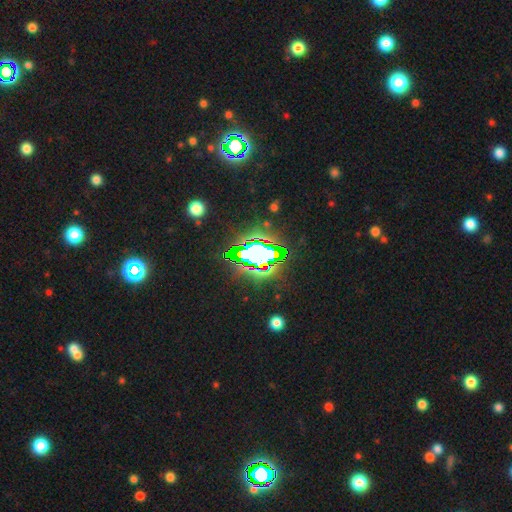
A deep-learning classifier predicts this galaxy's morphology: Smooth or featured? Predicted: star or artifact (p=0.71).